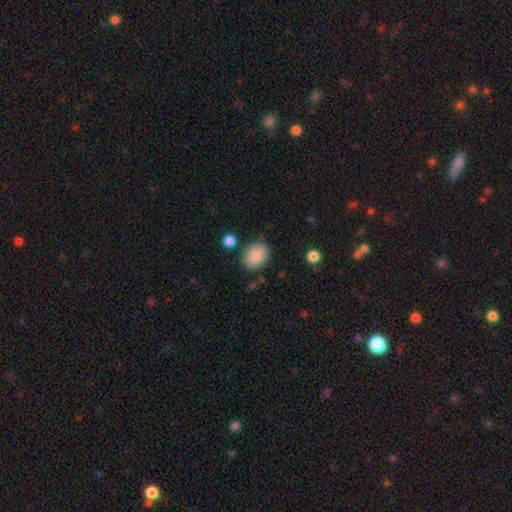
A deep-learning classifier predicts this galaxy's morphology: Overall: smooth (86%). How rounded: in between (63%; round 36%). Merging: none (79%).